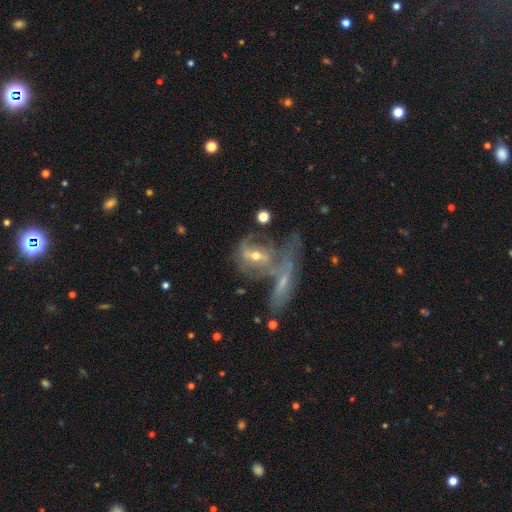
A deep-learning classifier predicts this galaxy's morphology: type=featured or disk (67%); edge-on=no (88%); bar=no (36%); spiral arms=yes (63%); bulge=moderate (60%); merging=merger (49%).